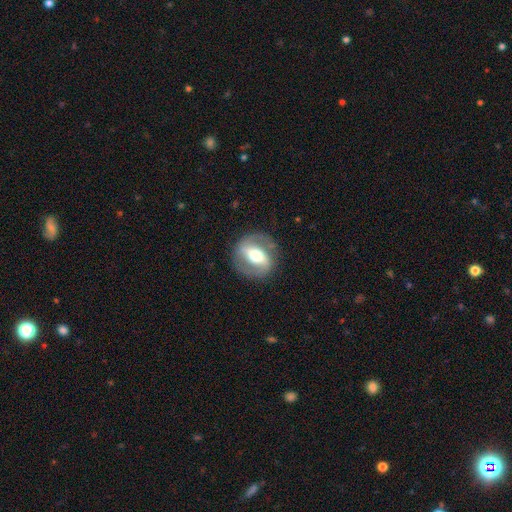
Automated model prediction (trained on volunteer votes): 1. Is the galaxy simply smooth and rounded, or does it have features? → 71% featured or disk, 23% smooth, 6% star or artifact.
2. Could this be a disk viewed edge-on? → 92% no, 8% yes.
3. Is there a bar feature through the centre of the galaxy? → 56% strong, 28% weak, 16% no.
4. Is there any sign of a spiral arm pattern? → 64% yes, 36% no.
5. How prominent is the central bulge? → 64% moderate, 23% large, 9% small, 3% dominant, 1% none.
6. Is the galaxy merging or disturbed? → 82% none, 11% minor disturbance, 6% major disturbance, 1% merger.